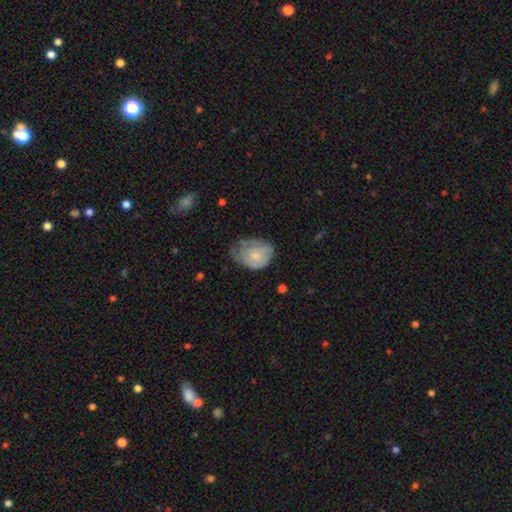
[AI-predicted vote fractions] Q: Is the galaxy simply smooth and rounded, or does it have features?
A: smooth — 62%.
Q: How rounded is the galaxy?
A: in between — 57%.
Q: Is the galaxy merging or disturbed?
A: minor disturbance — 43%.